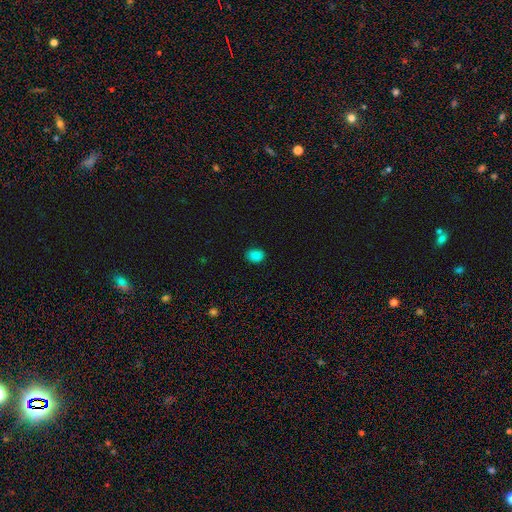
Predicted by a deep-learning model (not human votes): This is clearly a smooth galaxy (83%). How rounded: likely in between (71%). Merging: clearly none (86%).